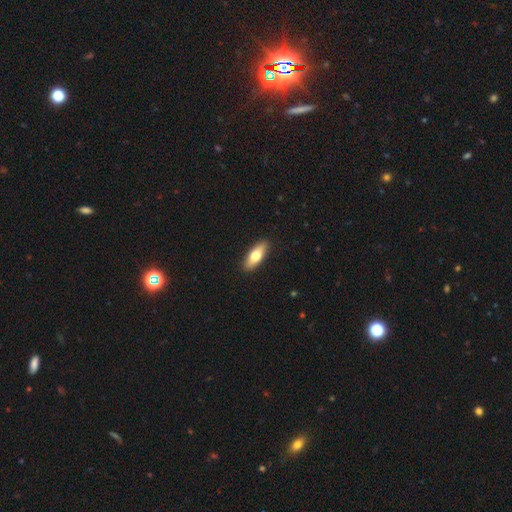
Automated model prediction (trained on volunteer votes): This is likely a smooth galaxy (69%). How rounded: likely in between (67%). Merging: clearly none (90%).